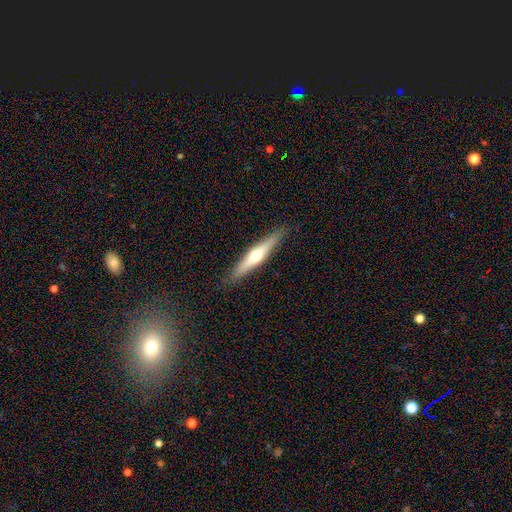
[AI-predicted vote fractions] Smooth or featured? featured or disk (58%)
Edge-on disk? yes (96%)
Edge-on bulge? rounded (88%)
Merging? none (89%)